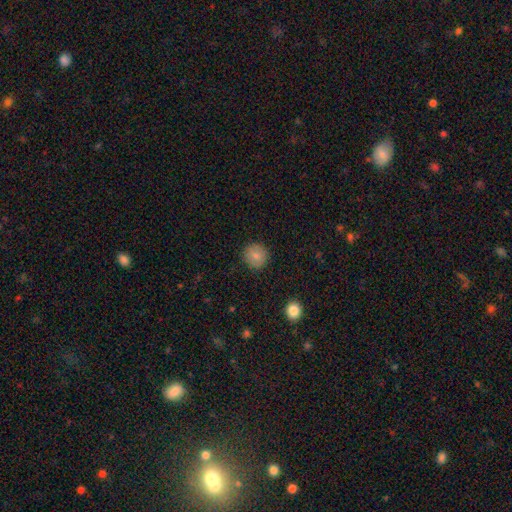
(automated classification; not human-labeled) smooth-or-featured: smooth: 81% | featured or disk: 9% | star or artifact: 9%
  how-rounded: round: 92% | in between: 7% | cigar-shaped: 1%
  merging: none: 89% | minor disturbance: 8% | major disturbance: 2% | merger: 1%